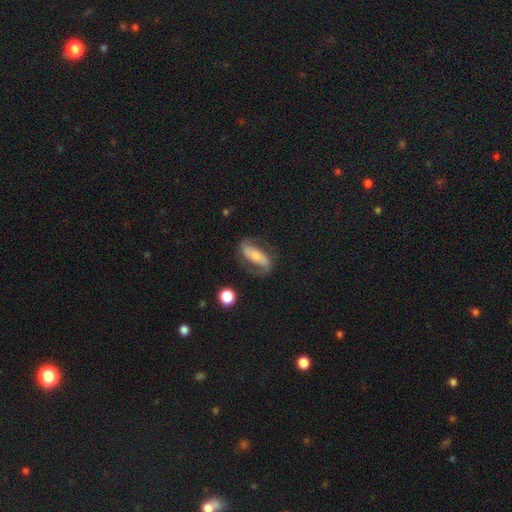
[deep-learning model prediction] This appears to be a featured or disk galaxy (69%) with a strong bar (49%), 2 (88%) loose (43%) spiral arms (88%) and a small central bulge (42%, tied with moderate). Merging: none (71%).